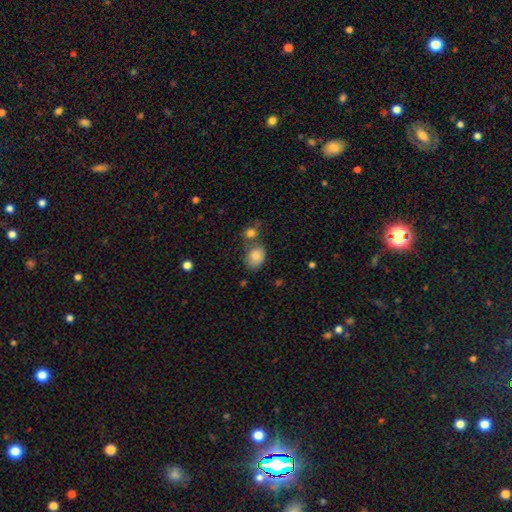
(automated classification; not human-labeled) Smooth or featured? Predicted: smooth (p=0.83). How rounded? Predicted: in between (p=0.73). Merging? Predicted: none (p=0.52).